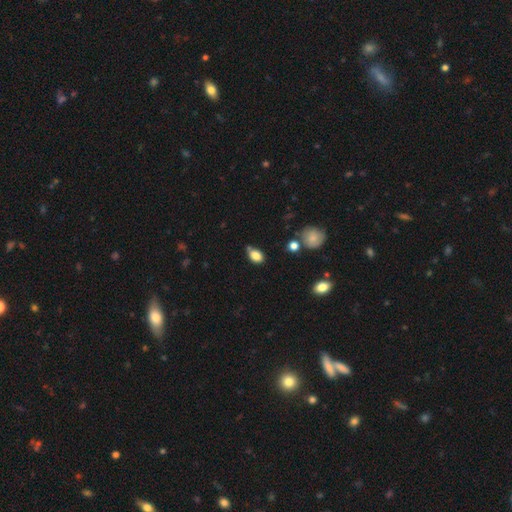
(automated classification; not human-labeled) A smooth galaxy with no disk features (83%) that is in between round and cigar-shaped (81%).

Vote fractions:
- Smooth or featured? smooth: 83% / star or artifact: 10% / featured or disk: 7%
- How rounded? in between: 81% / round: 17% / cigar-shaped: 2%
- Merging? none: 62% / minor disturbance: 25% / merger: 8% / major disturbance: 5%